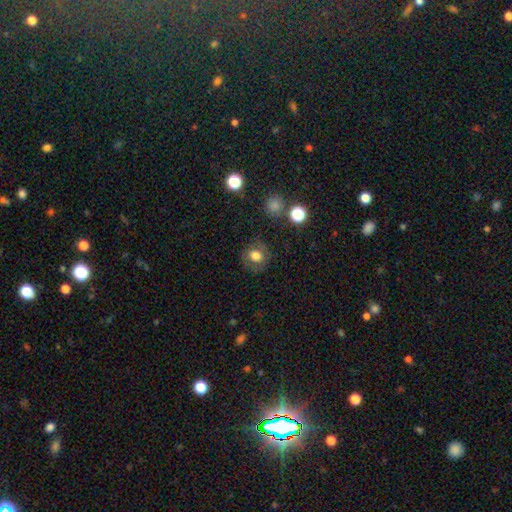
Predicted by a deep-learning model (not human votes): smooth_or_featured: smooth (p=0.75) [alt: featured or disk p=0.14]
how_rounded: round (p=0.80) [alt: in between p=0.19]
merging: none (p=0.80) [alt: minor disturbance p=0.13]